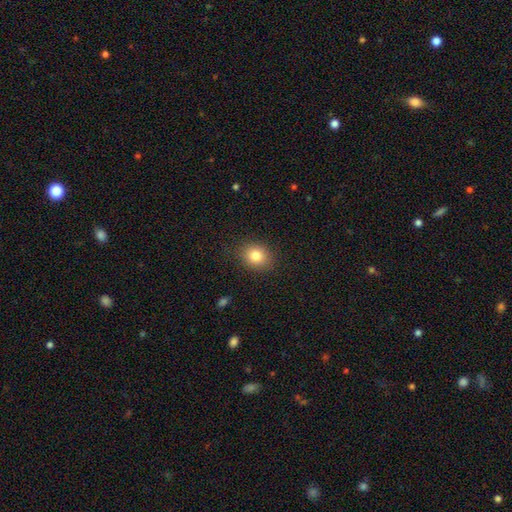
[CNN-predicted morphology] type=smooth (82%); roundness=round (60%); merging=none (86%).